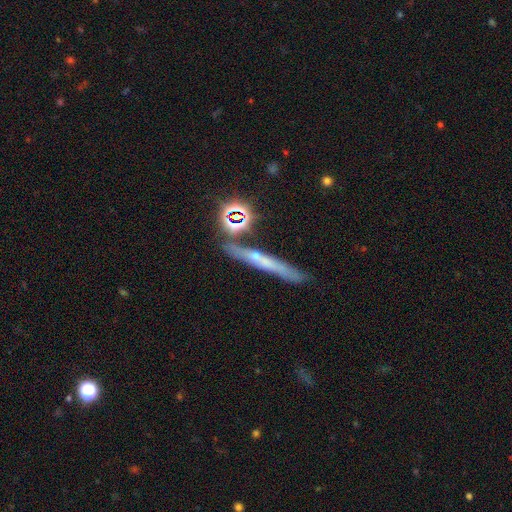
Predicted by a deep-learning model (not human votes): A featured or disk galaxy (43%).

Vote fractions:
- Smooth or featured? featured or disk: 43% / smooth: 41% / star or artifact: 17%
- Merging? none: 73% / minor disturbance: 12% / merger: 10% / major disturbance: 4%